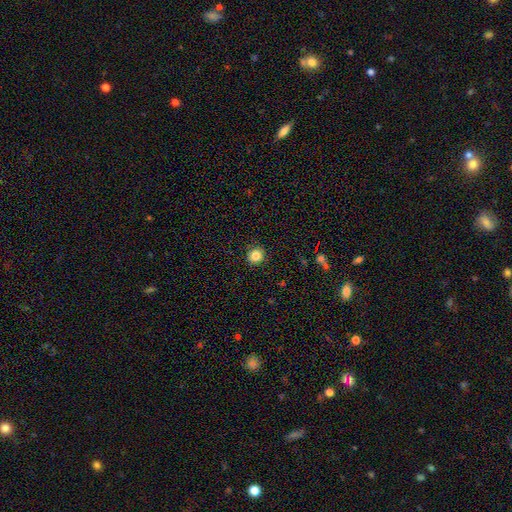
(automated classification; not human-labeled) Smooth or featured?
  - smooth: 84% *
  - star or artifact: 11%
  - featured or disk: 5%
How rounded?
  - round: 89% *
  - in between: 10%
  - cigar-shaped: 1%
Merging?
  - none: 91% *
  - minor disturbance: 6%
  - major disturbance: 2%
  - merger: 1%